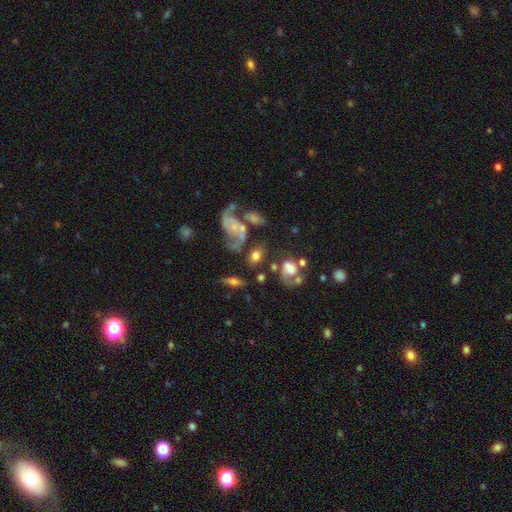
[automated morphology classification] smooth 53%, featured or disk 34%, star or artifact 13%. Down the decision tree: how rounded — in between (68%); merging — none (43%).